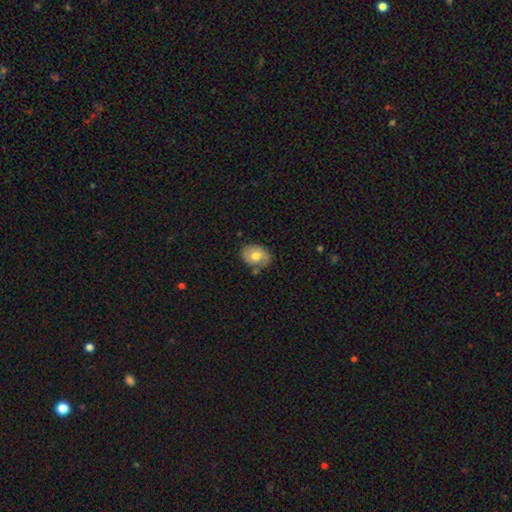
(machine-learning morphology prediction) Smooth or featured?
  - smooth: 66% *
  - featured or disk: 26%
  - star or artifact: 8%
How rounded?
  - in between: 66% *
  - round: 33%
  - cigar-shaped: 1%
Merging?
  - none: 70% *
  - minor disturbance: 20%
  - merger: 5%
  - major disturbance: 4%